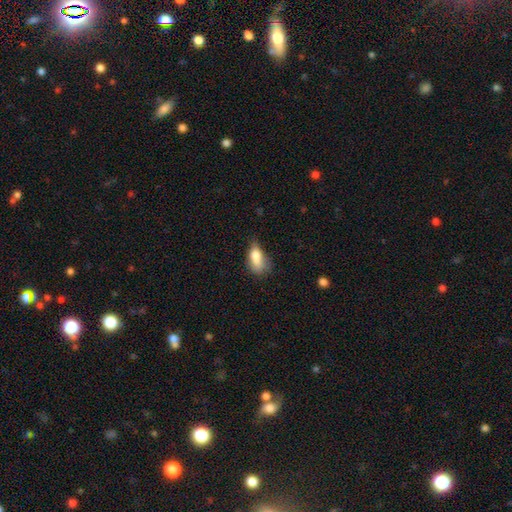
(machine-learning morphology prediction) Q: Smooth or featured?
A: smooth (76%); runner-up: featured or disk (15%)
Q: How rounded?
A: in between (83%); runner-up: cigar-shaped (11%)
Q: Merging?
A: minor disturbance (38%); runner-up: none (32%)